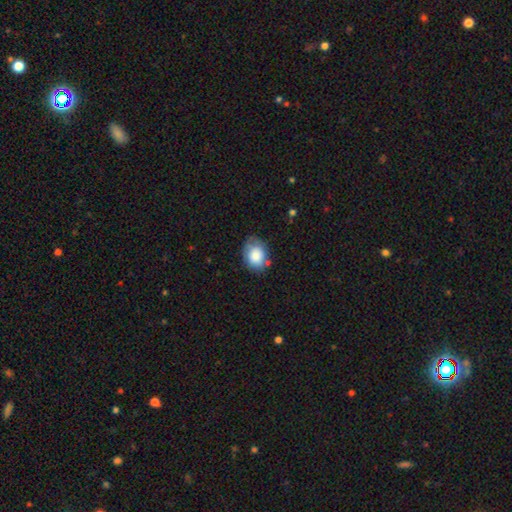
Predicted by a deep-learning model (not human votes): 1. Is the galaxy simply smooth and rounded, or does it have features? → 81% smooth, 11% featured or disk, 8% star or artifact.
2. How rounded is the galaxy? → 64% in between, 35% round, 1% cigar-shaped.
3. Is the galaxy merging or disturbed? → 68% none, 23% minor disturbance, 5% major disturbance, 4% merger.